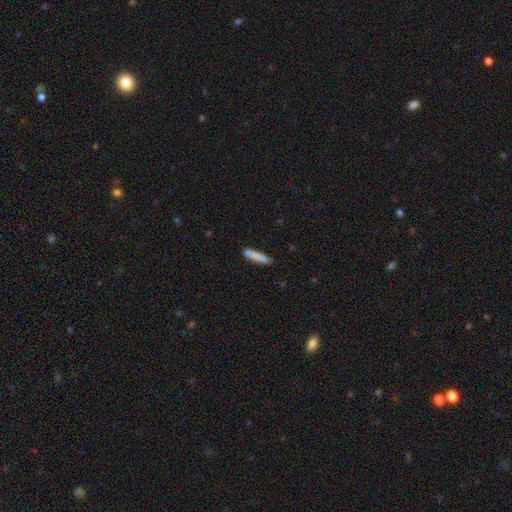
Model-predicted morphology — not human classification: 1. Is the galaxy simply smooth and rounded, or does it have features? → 82% smooth, 12% featured or disk, 7% star or artifact.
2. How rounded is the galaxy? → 83% cigar-shaped, 15% in between, 1% round.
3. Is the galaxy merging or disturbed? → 74% none, 15% minor disturbance, 8% merger, 3% major disturbance.